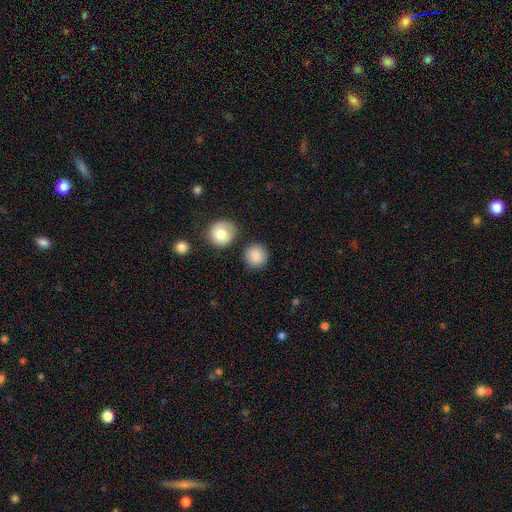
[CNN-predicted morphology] smooth-or-featured: smooth: 86% | star or artifact: 8% | featured or disk: 6%
  how-rounded: round: 93% | in between: 6% | cigar-shaped: 1%
  merging: none: 85% | minor disturbance: 8% | merger: 5% | major disturbance: 2%